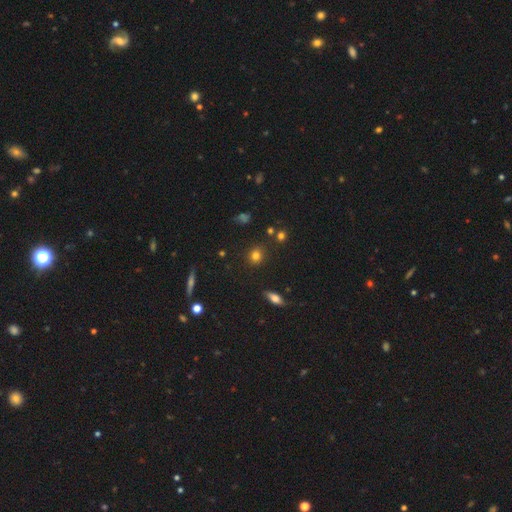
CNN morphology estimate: A smooth galaxy with no disk features (78%) that is round (74%). Merging: none (84%).